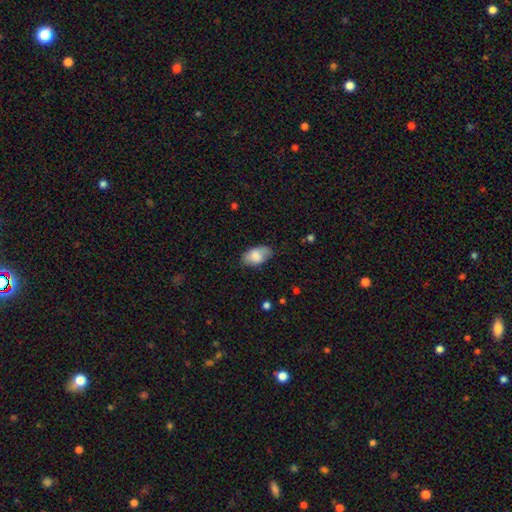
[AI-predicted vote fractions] Morphology: type=smooth (78%); roundness=in between (93%); merging=none (68%).